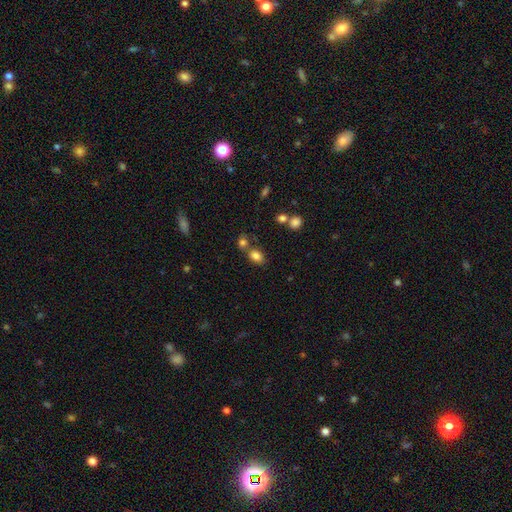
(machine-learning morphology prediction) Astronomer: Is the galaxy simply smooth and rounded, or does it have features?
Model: smooth — 82%.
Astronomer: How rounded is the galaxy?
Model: in between — 79%.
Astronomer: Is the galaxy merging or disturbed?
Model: none — 58%.